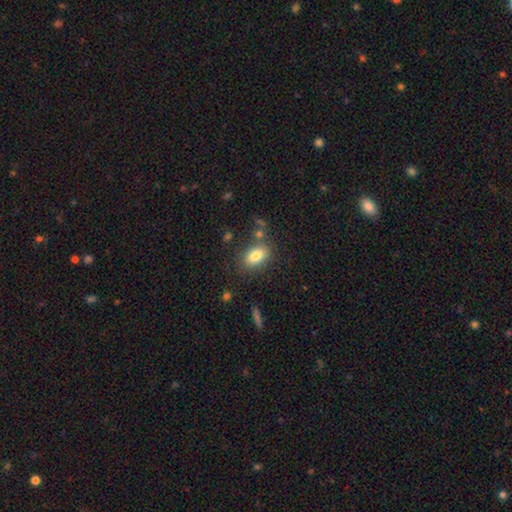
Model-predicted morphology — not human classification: A smooth galaxy with no disk features (82%) that is in between round and cigar-shaped (88%).

Vote fractions:
- Smooth or featured? smooth: 82% / featured or disk: 10% / star or artifact: 8%
- How rounded? in between: 88% / round: 10% / cigar-shaped: 2%
- Merging? none: 78% / minor disturbance: 12% / merger: 6% / major disturbance: 4%